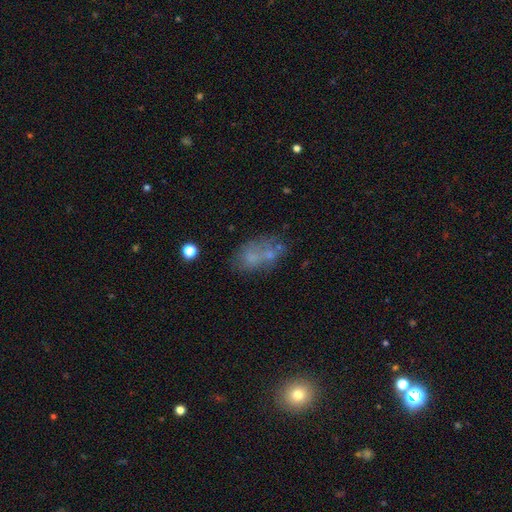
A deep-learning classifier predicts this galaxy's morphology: Smooth or featured? smooth (49%)
Merging? none (45%)